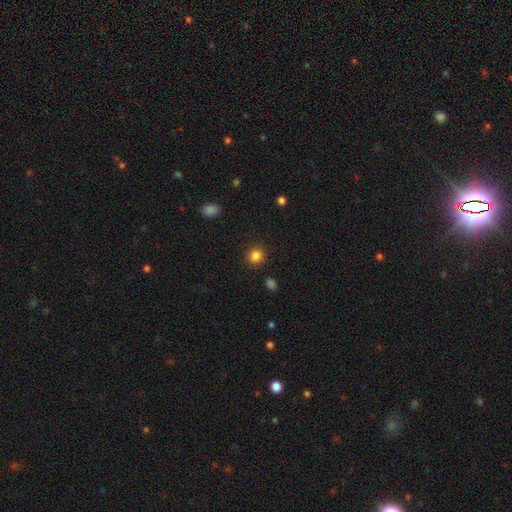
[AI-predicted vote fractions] Q: Smooth or featured?
A: smooth (85%); runner-up: star or artifact (11%)
Q: How rounded?
A: round (87%); runner-up: in between (12%)
Q: Merging?
A: none (90%); runner-up: minor disturbance (6%)